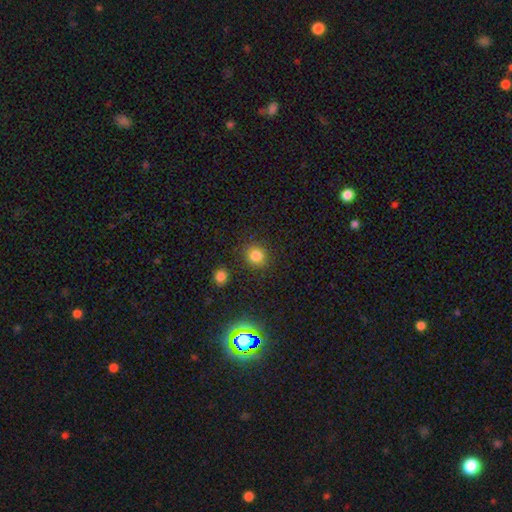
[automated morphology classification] Smooth or featured: smooth — 80% (star or artifact — 15%)
How rounded: round — 79% (in between — 20%)
Merging: none — 85% (minor disturbance — 9%)